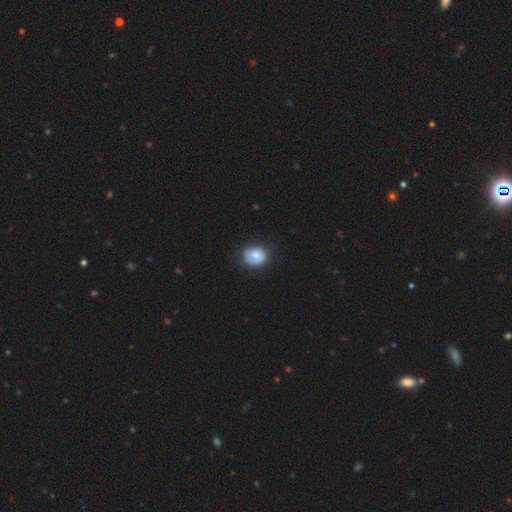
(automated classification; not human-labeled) Q: Smooth or featured?
A: smooth (75%); runner-up: featured or disk (18%)
Q: How rounded?
A: round (61%); runner-up: in between (38%)
Q: Merging?
A: none (70%); runner-up: minor disturbance (23%)